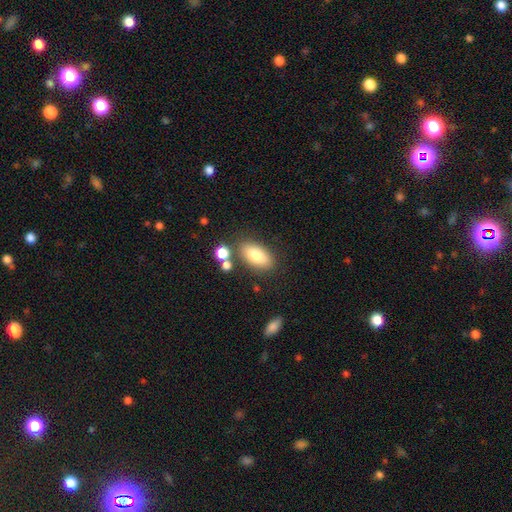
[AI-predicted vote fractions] Smooth or featured? smooth (81%)
How rounded? in between (89%)
Merging? none (76%)